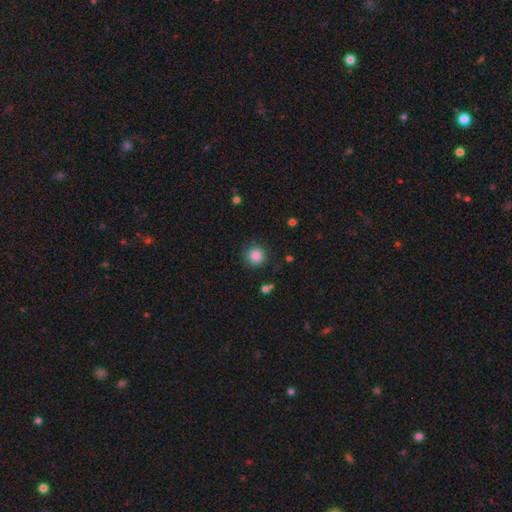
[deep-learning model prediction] This appears to be a smooth galaxy with no disk features (86%) that is round (93%). Merging: none (87%).